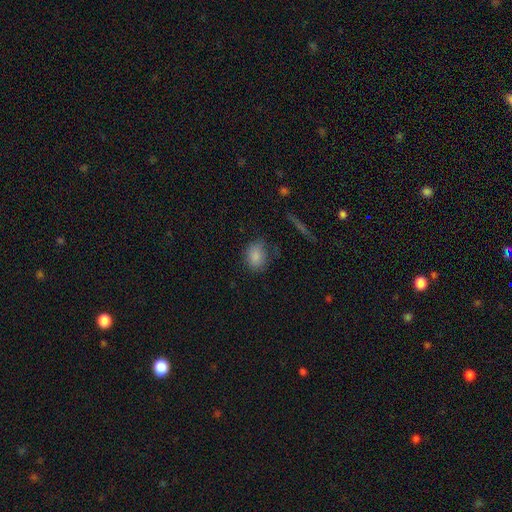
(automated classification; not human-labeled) Morphology: type=smooth (84%); roundness=in between (58%); merging=none (71%).